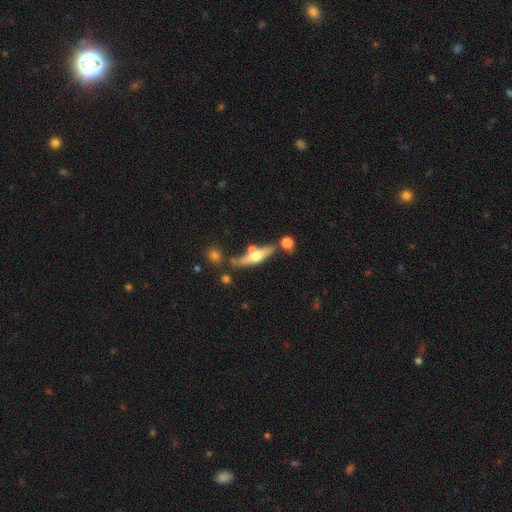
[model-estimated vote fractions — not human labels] Smooth or featured? Predicted: featured or disk (p=0.58). Edge-on disk? Predicted: yes (p=0.88). Edge-on bulge? Predicted: rounded (p=0.92). Merging? Predicted: none (p=0.61).